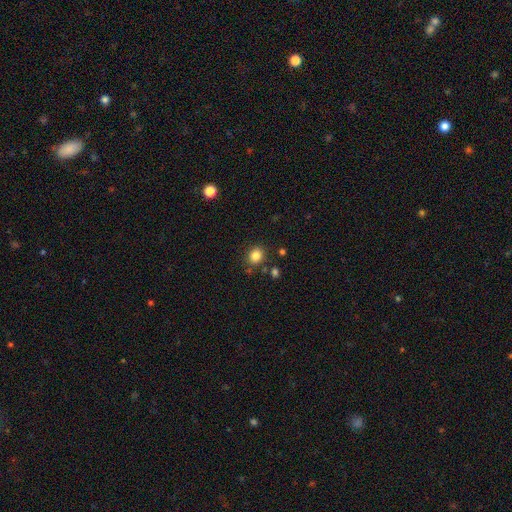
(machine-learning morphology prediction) Smooth or featured: smooth — 83% (star or artifact — 11%)
How rounded: round — 69% (in between — 30%)
Merging: none — 82% (minor disturbance — 10%)